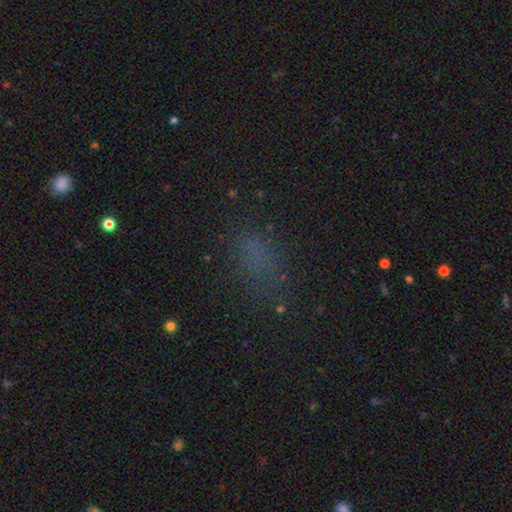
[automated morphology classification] smooth_or_featured: smooth (p=0.60) [alt: star or artifact p=0.30]
how_rounded: in between (p=0.77) [alt: round p=0.16]
merging: none (p=0.68) [alt: minor disturbance p=0.18]